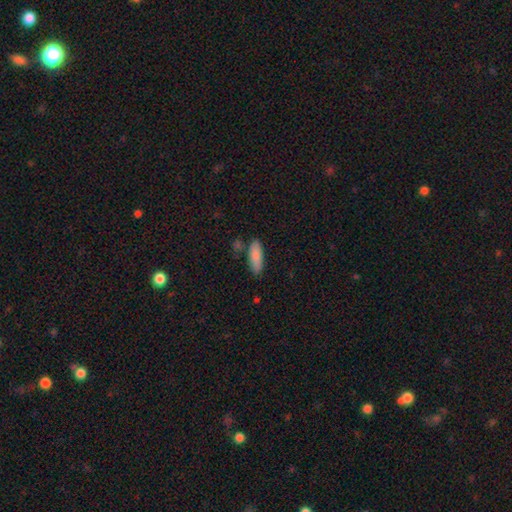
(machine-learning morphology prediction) smooth-or-featured: smooth: 86% | featured or disk: 8% | star or artifact: 6%
  how-rounded: in between: 58% | cigar-shaped: 40% | round: 2%
  merging: none: 79% | minor disturbance: 13% | merger: 6% | major disturbance: 3%